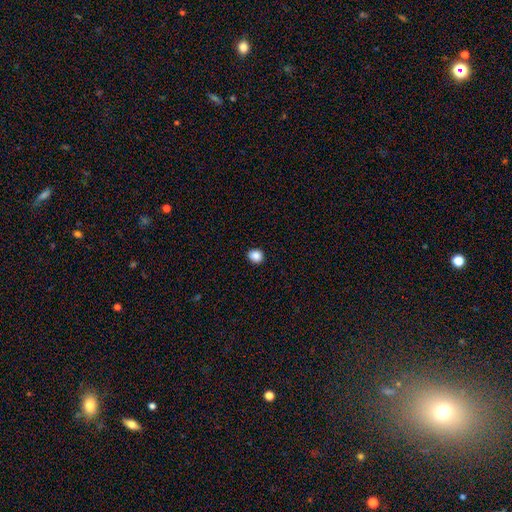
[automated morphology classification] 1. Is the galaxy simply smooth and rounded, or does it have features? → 87% smooth, 10% star or artifact, 3% featured or disk.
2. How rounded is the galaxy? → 77% round, 22% in between, 1% cigar-shaped.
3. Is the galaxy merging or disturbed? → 92% none, 5% minor disturbance, 2% major disturbance, 1% merger.